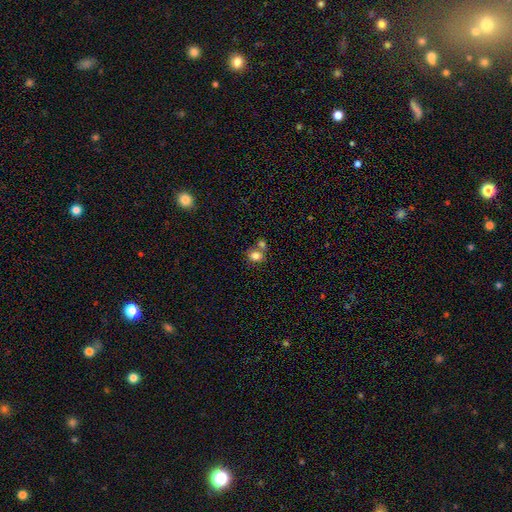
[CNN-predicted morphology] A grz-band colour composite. It shows a smooth galaxy with no disk features (81%) that is round (67%). Merging: none (54%).